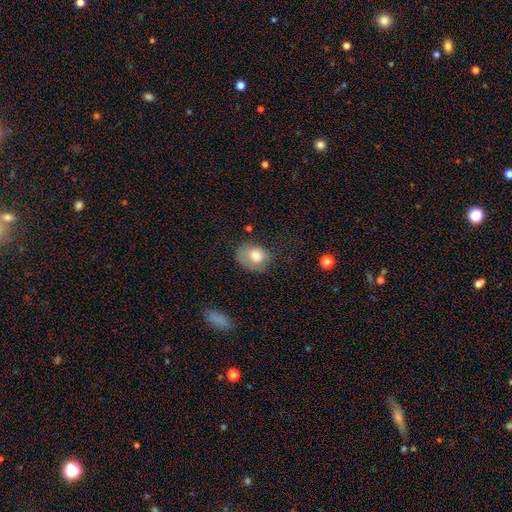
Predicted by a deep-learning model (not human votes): Smooth or featured: smooth — 75% (featured or disk — 17%)
How rounded: in between — 57% (round — 42%)
Merging: none — 46% (minor disturbance — 31%)